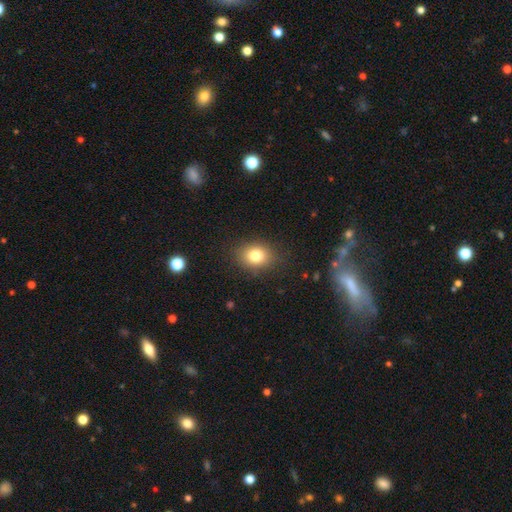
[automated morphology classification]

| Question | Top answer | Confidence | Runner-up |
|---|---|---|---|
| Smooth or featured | smooth | 79% | star or artifact (12%) |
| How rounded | round | 51% | in between (48%) |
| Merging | none | 86% | minor disturbance (10%) |